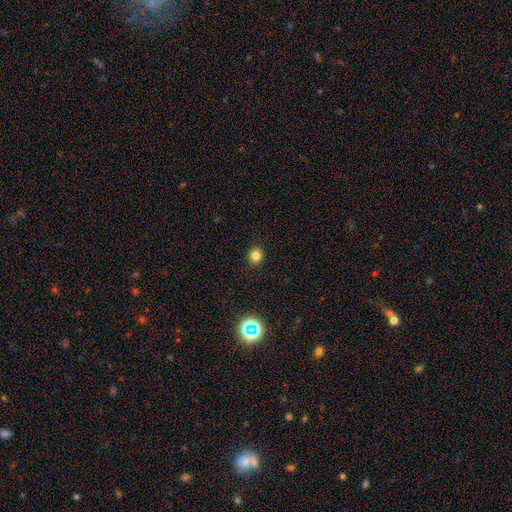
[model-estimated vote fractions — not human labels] Morphology: type=smooth (79%); roundness=round (82%); merging=none (91%).